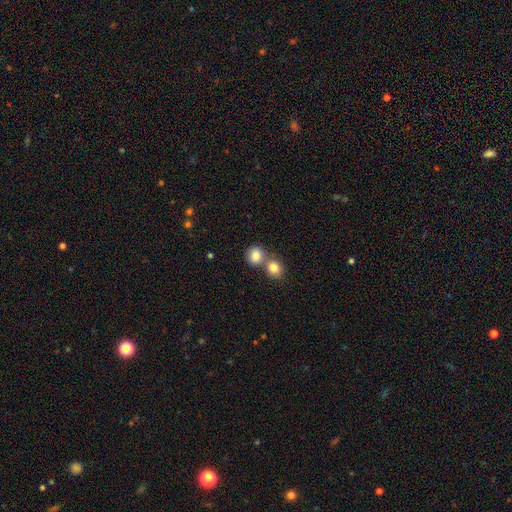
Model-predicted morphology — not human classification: A smooth galaxy with no disk features (84%) that is round (77%).

Vote fractions:
- Smooth or featured? smooth: 84% / star or artifact: 9% / featured or disk: 7%
- How rounded? round: 77% / in between: 22% / cigar-shaped: 1%
- Merging? merger: 47% / none: 44% / minor disturbance: 7% / major disturbance: 2%